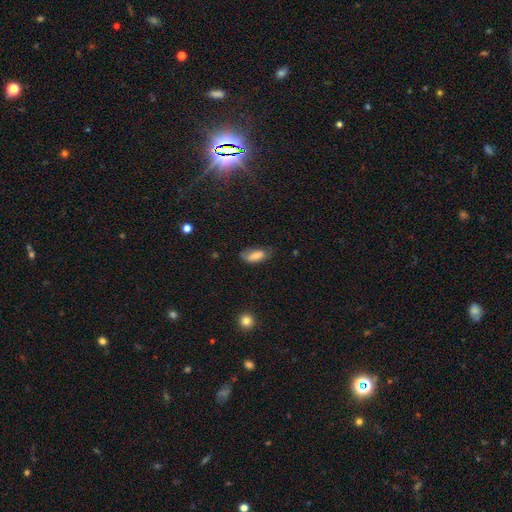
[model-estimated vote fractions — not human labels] A smooth galaxy with no disk features (74%) that is in between round and cigar-shaped (86%). Merging: none (58%).